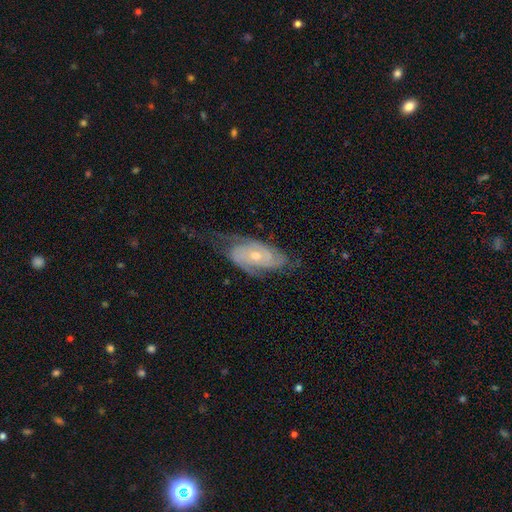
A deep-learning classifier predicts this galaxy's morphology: smooth_or_featured: featured or disk (p=0.84) [alt: smooth p=0.10]
disk_edge_on: no (p=0.94) [alt: yes p=0.06]
bar: no (p=0.71) [alt: weak p=0.23]
has_spiral_arms: yes (p=0.95) [alt: no p=0.05]
spiral_winding: tight (p=0.60) [alt: medium p=0.31]
spiral_arm_count: 2 (p=0.49) [alt: can't tell p=0.22]
bulge_size: moderate (p=0.53) [alt: small p=0.44]
merging: none (p=0.61) [alt: minor disturbance p=0.23]